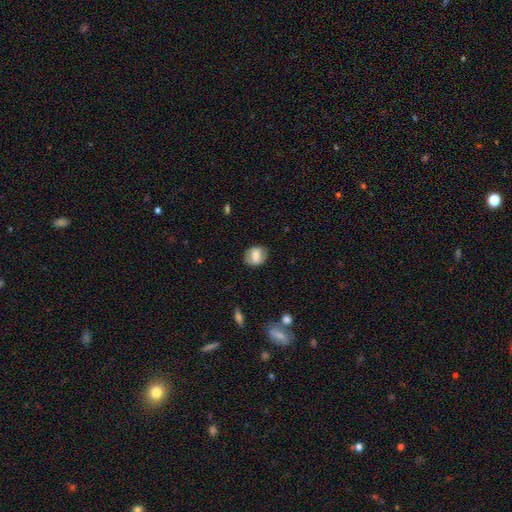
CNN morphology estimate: Smooth or featured: smooth — 61% (featured or disk — 31%)
How rounded: in between — 51% (round — 47%)
Merging: none — 81% (minor disturbance — 13%)